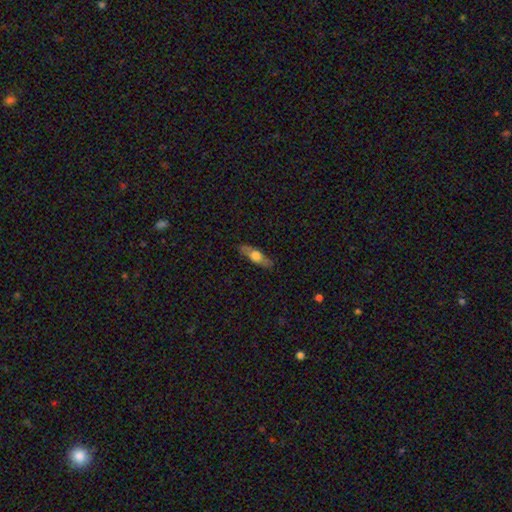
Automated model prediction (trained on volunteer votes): smooth 52%, featured or disk 42%, star or artifact 6%. Down the decision tree: how rounded — cigar-shaped (53%); merging — none (86%).